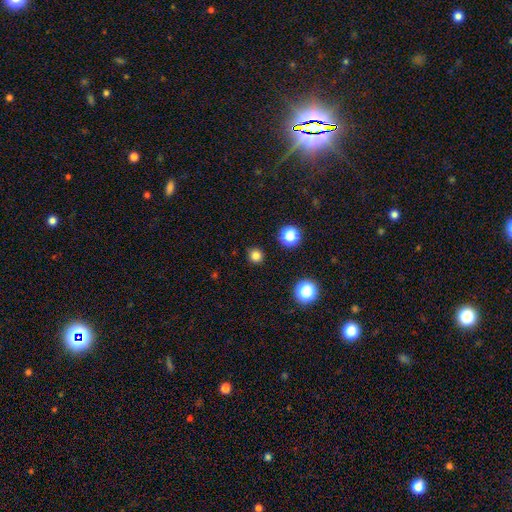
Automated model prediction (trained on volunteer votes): Smooth or featured?
  - smooth: 80% *
  - star or artifact: 17%
  - featured or disk: 4%
How rounded?
  - round: 93% *
  - in between: 6%
  - cigar-shaped: 1%
Merging?
  - none: 90% *
  - minor disturbance: 6%
  - major disturbance: 2%
  - merger: 1%